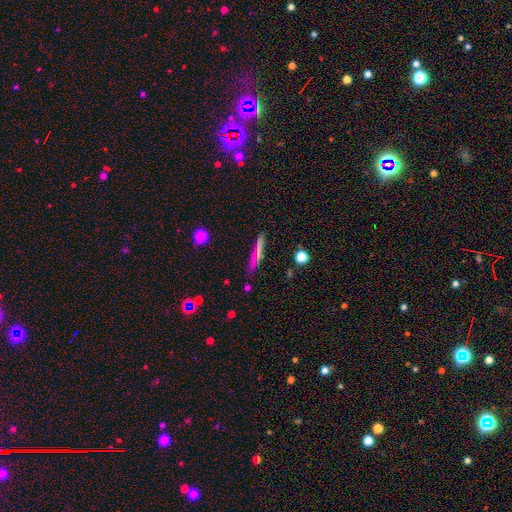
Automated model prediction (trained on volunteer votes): The model was most divided on "smooth or featured": smooth: 62%, featured or disk: 26%, star or artifact: 12%. More confident: how rounded — cigar-shaped (89%); merging — none (82%).